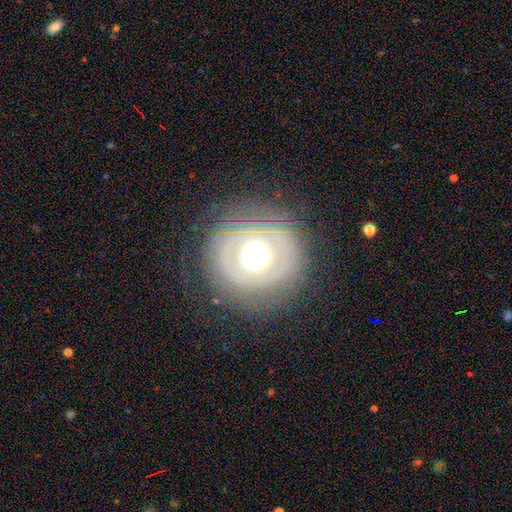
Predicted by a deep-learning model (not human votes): A featured or disk galaxy (60%) with no bar (85%), no spiral arms (70%) and a moderate central bulge (49%).

Vote fractions:
- Smooth or featured? featured or disk: 60% / smooth: 32% / star or artifact: 8%
- Edge-on disk? no: 96% / yes: 4%
- Bar? no: 85% / weak: 10% / strong: 4%
- Spiral arms? no: 70% / yes: 30%
- Bulge size? moderate: 49% / large: 37% / dominant: 8% / small: 4% / none: 1%
- Merging? none: 77% / minor disturbance: 13% / major disturbance: 9% / merger: 1%